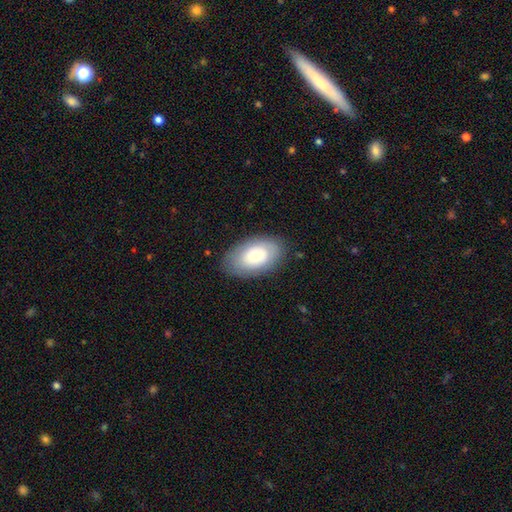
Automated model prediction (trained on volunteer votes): A smooth galaxy with no disk features (65%) that is in between round and cigar-shaped (91%).

Vote fractions:
- Smooth or featured? smooth: 65% / featured or disk: 28% / star or artifact: 7%
- How rounded? in between: 91% / round: 7% / cigar-shaped: 1%
- Merging? none: 82% / minor disturbance: 13% / major disturbance: 4% / merger: 1%